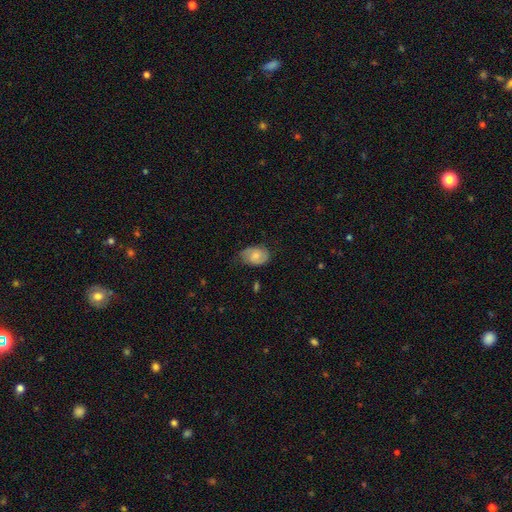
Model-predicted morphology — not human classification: The model was most divided on "smooth or featured": smooth: 56%, featured or disk: 36%, star or artifact: 7%. More confident: how rounded — in between (82%); merging — none (63%).